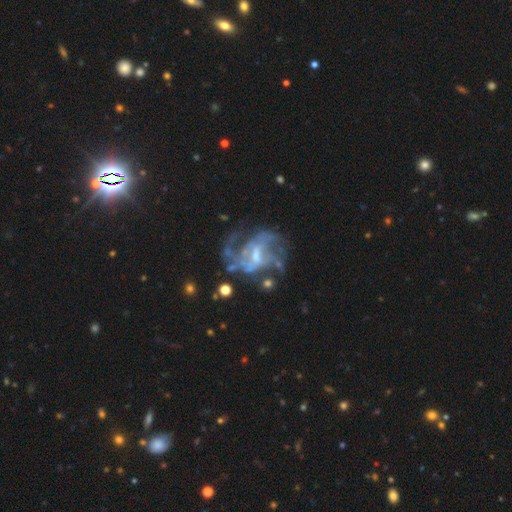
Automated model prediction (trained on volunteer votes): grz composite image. It shows a featured or disk galaxy (84%) with a weak bar (54%), medium (45%) spiral arms (83%) and a small central bulge (40%). Merging: none (47%).